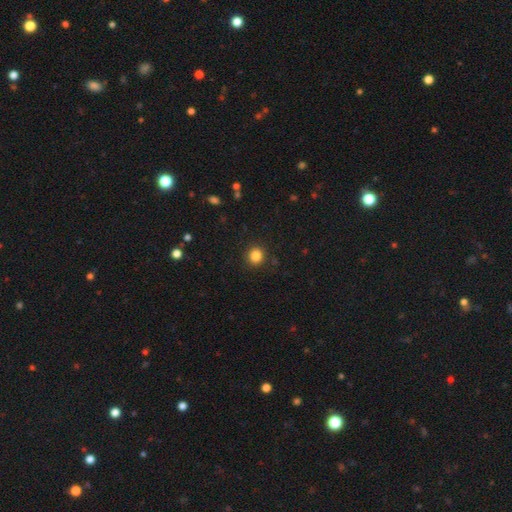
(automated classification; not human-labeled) Smooth or featured? smooth (84%)
How rounded? round (90%)
Merging? none (91%)